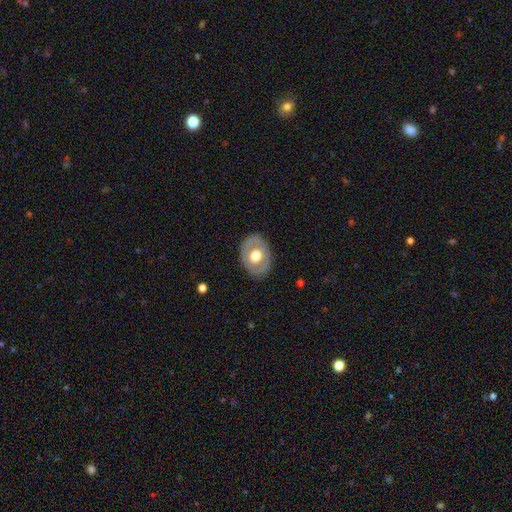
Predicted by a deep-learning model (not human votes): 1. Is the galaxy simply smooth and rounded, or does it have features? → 47% featured or disk (tied), 47% smooth (tied), 5% star or artifact.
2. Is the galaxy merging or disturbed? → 83% none, 12% minor disturbance, 4% major disturbance, 1% merger.